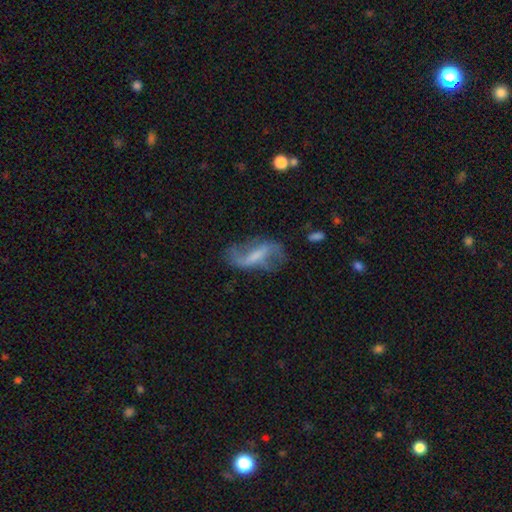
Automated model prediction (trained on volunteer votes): This is likely a featured or disk galaxy (69%). It is clearly not viewed edge-on (92%). Bar: possibly strong (46%). Spiral arm pattern: clearly yes (80%). Spiral arm count: clearly 2 (83%). Spiral winding: likely loose (76%). Central bulge: marginally none (44%). Merging: possibly none (56%).